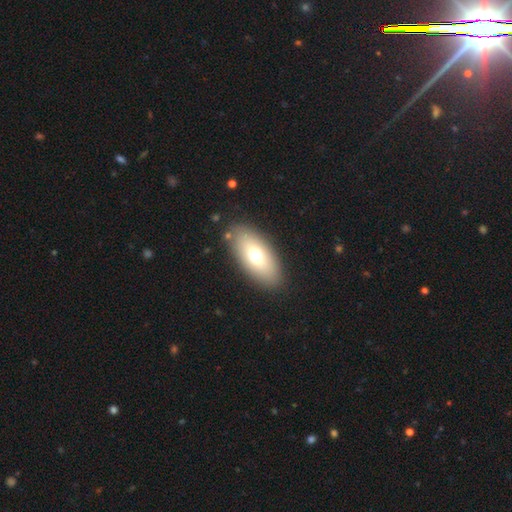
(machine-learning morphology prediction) Overall: smooth (67%). How rounded: in between (88%). Merging: none (86%).